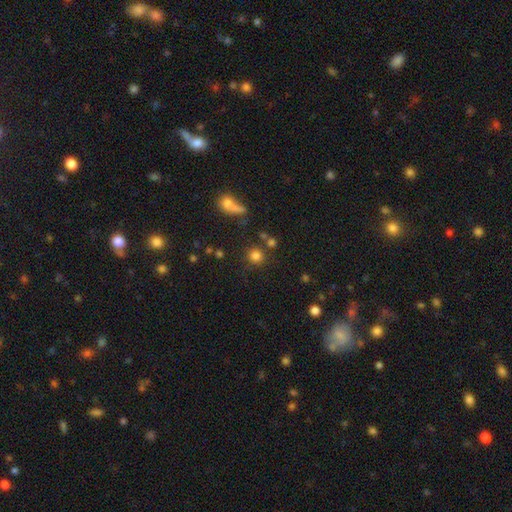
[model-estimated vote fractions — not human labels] This appears to be a smooth galaxy with no disk features (79%) that is round (91%). Merging: none (76%).